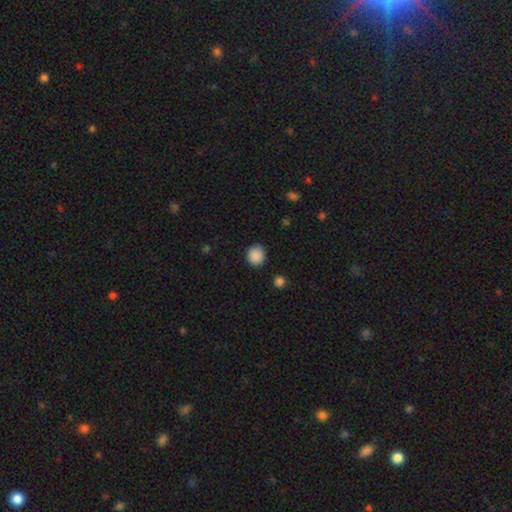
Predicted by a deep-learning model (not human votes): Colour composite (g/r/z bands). It shows a smooth galaxy with no disk features (89%) that is round (79%). Merging: none (87%).